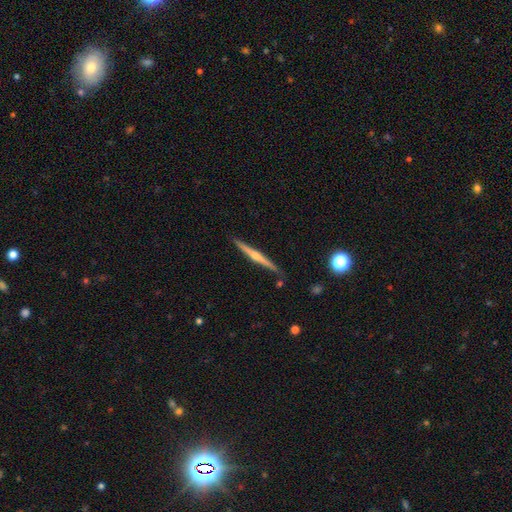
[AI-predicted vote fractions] Smooth or featured: featured or disk — 75% (smooth — 19%)
Edge-on disk: yes — 98% (no — 2%)
Edge-on bulge: rounded — 87% (none — 9%)
Merging: none — 87% (minor disturbance — 9%)